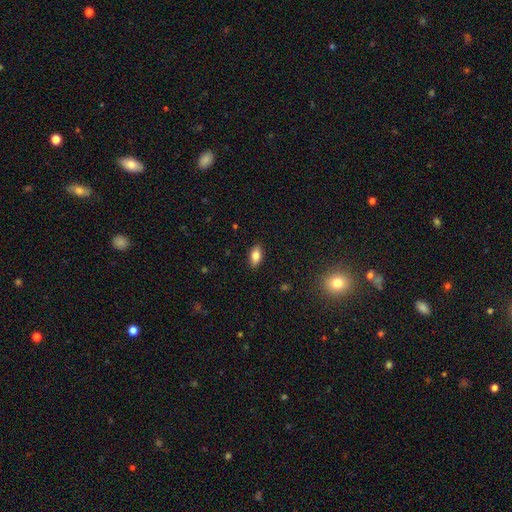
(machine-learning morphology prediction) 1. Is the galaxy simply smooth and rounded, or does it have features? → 77% smooth, 14% featured or disk, 8% star or artifact.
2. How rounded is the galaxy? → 87% in between, 9% cigar-shaped, 4% round.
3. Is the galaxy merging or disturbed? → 88% none, 9% minor disturbance, 2% major disturbance, 1% merger.